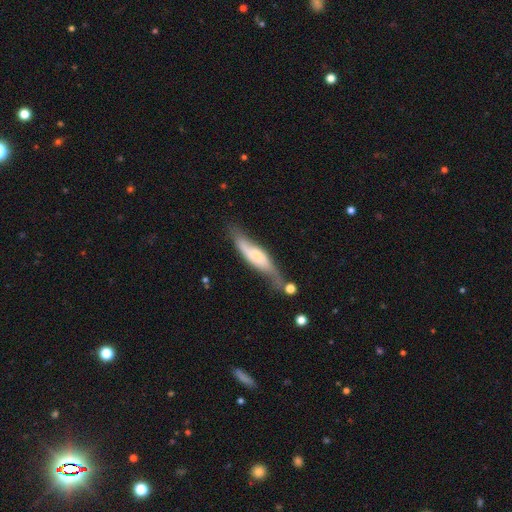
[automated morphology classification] Smooth or featured: featured or disk — 54% (smooth — 40%)
Edge-on disk: no — 51% (yes — 49%)
Merging: none — 51% (minor disturbance — 29%)